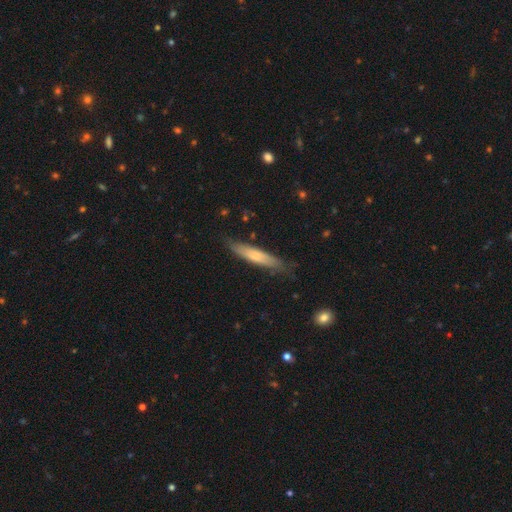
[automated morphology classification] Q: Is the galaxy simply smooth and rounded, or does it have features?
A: smooth — 69%.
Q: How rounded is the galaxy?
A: cigar-shaped — 88%.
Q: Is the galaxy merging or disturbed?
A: none — 79%.